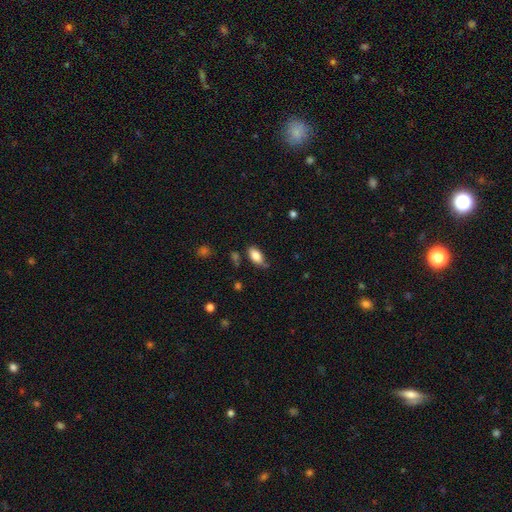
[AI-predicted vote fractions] Overall: smooth (82%). How rounded: in between (91%). Merging: none (65%; minor disturbance 25%).